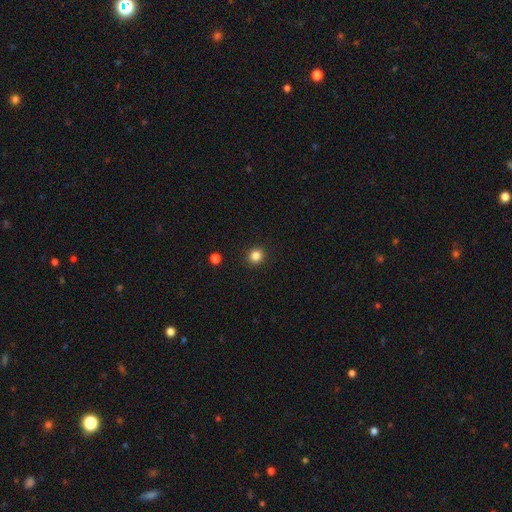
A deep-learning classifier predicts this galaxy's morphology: Q: Smooth or featured?
A: smooth (84%); runner-up: star or artifact (12%)
Q: How rounded?
A: round (90%); runner-up: in between (9%)
Q: Merging?
A: none (92%); runner-up: minor disturbance (5%)